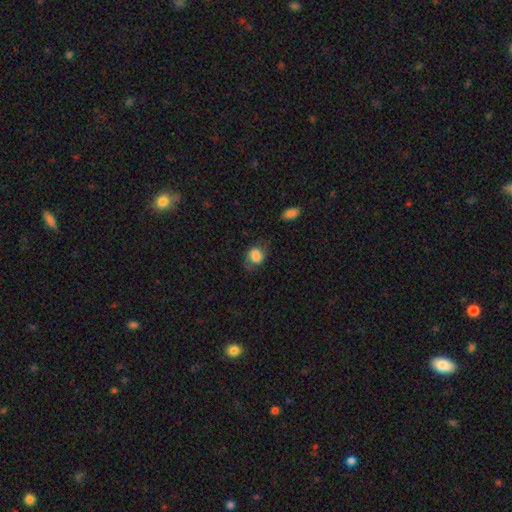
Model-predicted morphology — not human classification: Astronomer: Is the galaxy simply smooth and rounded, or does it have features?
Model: smooth — 64%.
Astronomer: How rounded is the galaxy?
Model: in between — 53% (runner-up: round, 46%).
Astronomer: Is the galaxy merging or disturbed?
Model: none — 55%.